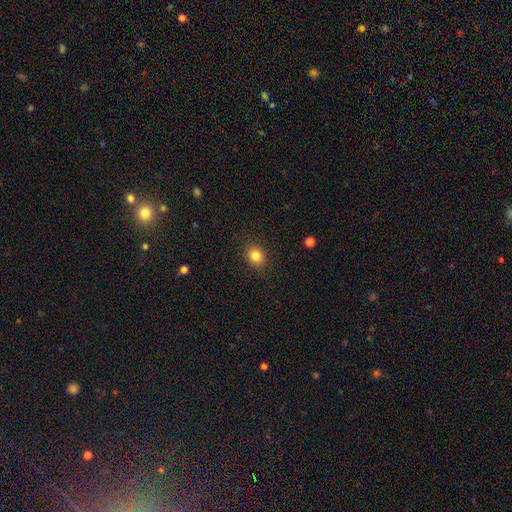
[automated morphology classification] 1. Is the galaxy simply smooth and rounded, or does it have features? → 83% smooth, 11% star or artifact, 6% featured or disk.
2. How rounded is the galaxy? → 73% round, 26% in between, 1% cigar-shaped.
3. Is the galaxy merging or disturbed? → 89% none, 7% minor disturbance, 2% major disturbance, 1% merger.